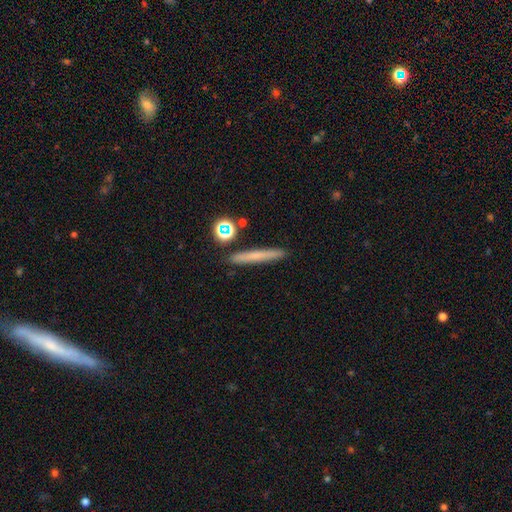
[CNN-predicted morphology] Smooth or featured: smooth — 61% (featured or disk — 29%)
How rounded: cigar-shaped — 92% (in between — 4%)
Merging: none — 88% (minor disturbance — 7%)